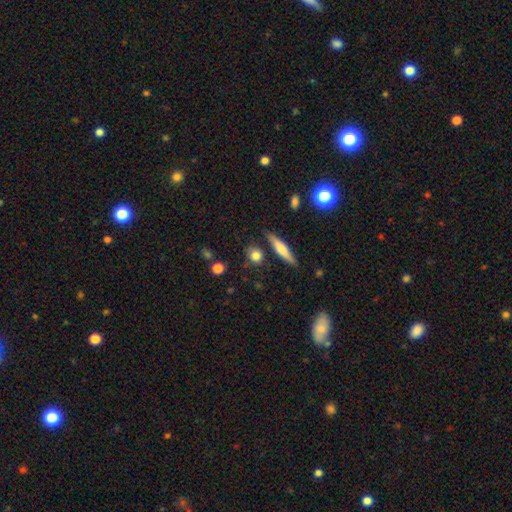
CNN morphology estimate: A smooth galaxy with no disk features (79%) that is round (63%).

Vote fractions:
- Smooth or featured? smooth: 79% / featured or disk: 12% / star or artifact: 9%
- How rounded? round: 63% / in between: 24% / cigar-shaped: 13%
- Merging? none: 78% / minor disturbance: 13% / merger: 5% / major disturbance: 4%